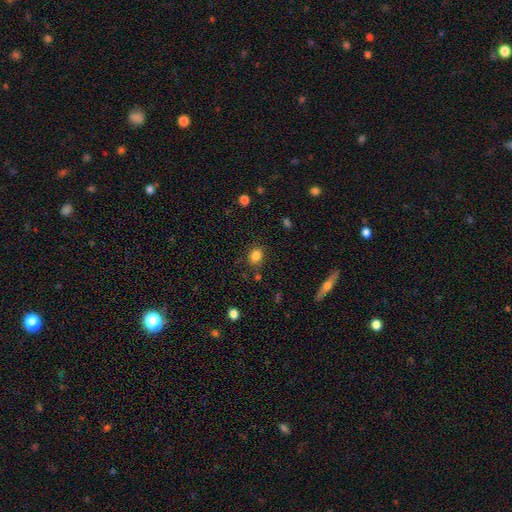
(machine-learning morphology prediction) The model was most divided on "how rounded": in between: 50%, round: 48%, cigar-shaped: 1%. More confident: smooth or featured — smooth (84%); merging — none (81%).